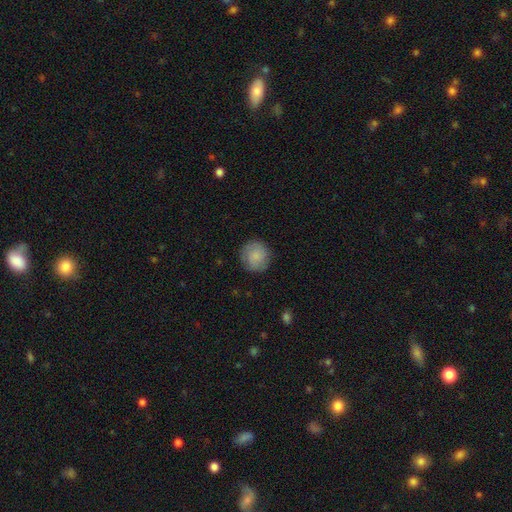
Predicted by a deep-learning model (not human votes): This is clearly a smooth galaxy (80%). How rounded: clearly round (92%). Merging: clearly none (86%).